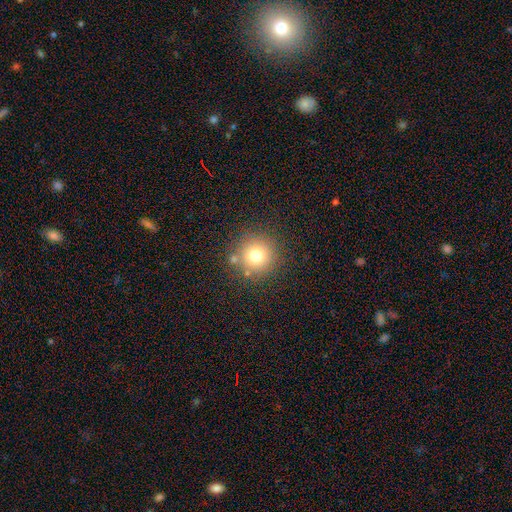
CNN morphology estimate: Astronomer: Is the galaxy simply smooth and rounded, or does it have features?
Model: smooth — 74%.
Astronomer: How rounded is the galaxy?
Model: round — 94%.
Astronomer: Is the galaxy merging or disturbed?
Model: none — 81%.